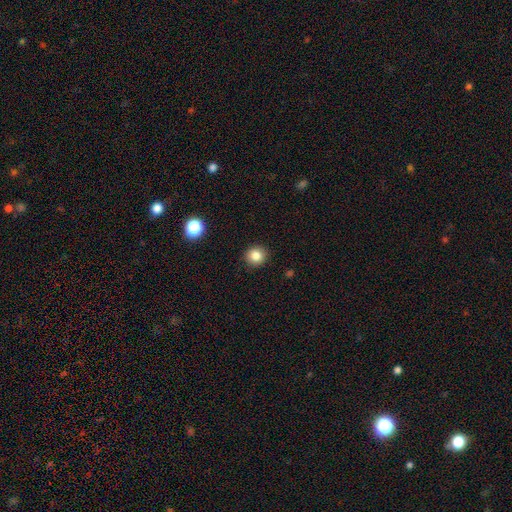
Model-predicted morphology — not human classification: Overall: smooth (84%). How rounded: round (91%). Merging: none (91%).